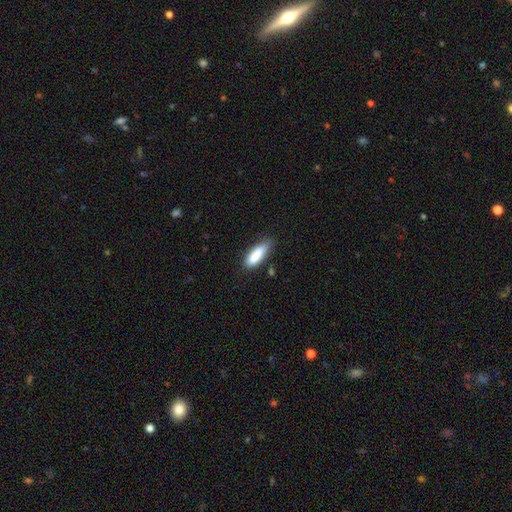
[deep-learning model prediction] A smooth galaxy with no disk features (83%) that is in between round and cigar-shaped (53%).

Vote fractions:
- Smooth or featured? smooth: 83% / featured or disk: 10% / star or artifact: 7%
- How rounded? in between: 53% / cigar-shaped: 45% / round: 2%
- Merging? none: 60% / minor disturbance: 29% / major disturbance: 6% / merger: 5%